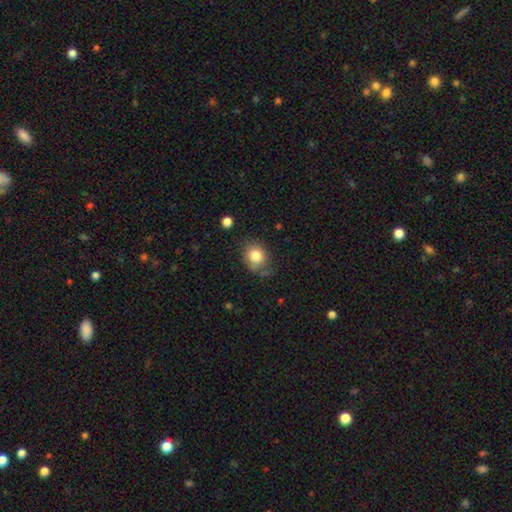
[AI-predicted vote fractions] Smooth or featured? smooth (81%)
How rounded? round (62%)
Merging? none (64%)